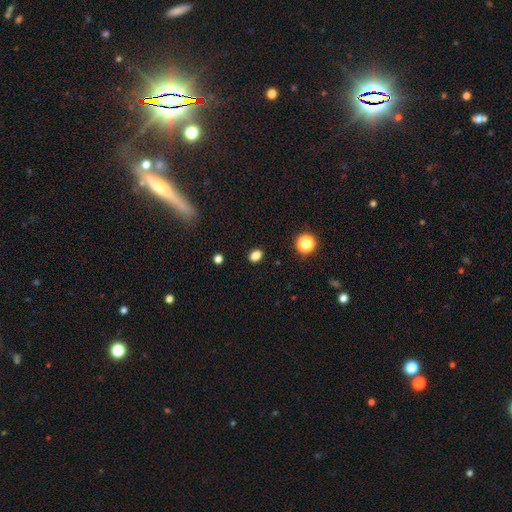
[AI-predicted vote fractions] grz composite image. It shows a smooth galaxy with no disk features (82%) that is in between round and cigar-shaped (68%). Merging: none (89%).